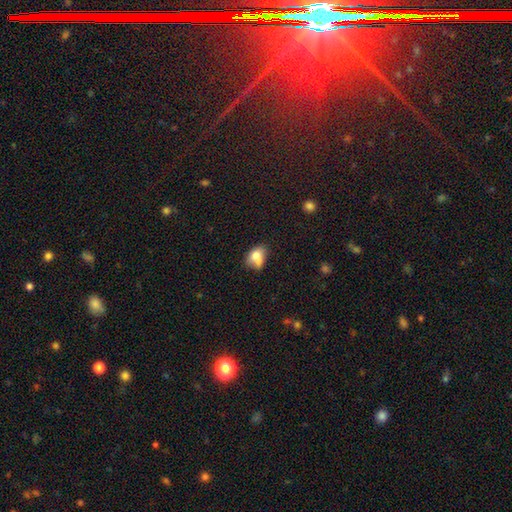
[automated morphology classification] Smooth or featured? smooth (73%)
How rounded? in between (72%)
Merging? none (36%)